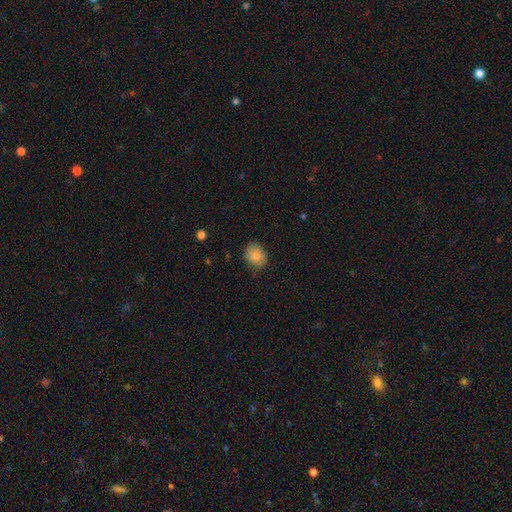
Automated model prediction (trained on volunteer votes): smooth-or-featured: smooth: 84% | star or artifact: 8% | featured or disk: 8%
  how-rounded: round: 52% | in between: 47% | cigar-shaped: 1%
  merging: none: 80% | minor disturbance: 16% | major disturbance: 3% | merger: 1%